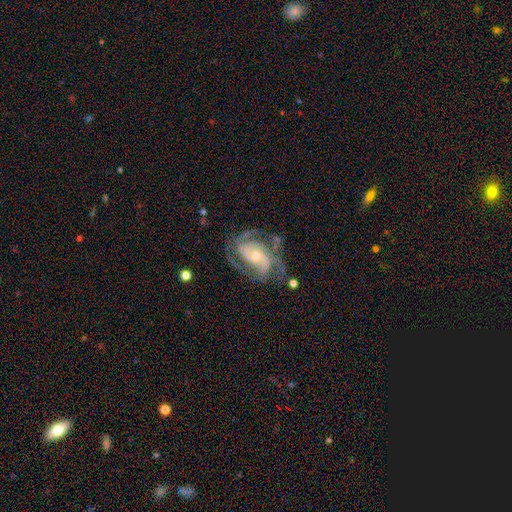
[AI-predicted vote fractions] Q: Smooth or featured?
A: featured or disk (89%); runner-up: smooth (6%)
Q: Edge-on disk?
A: no (97%); runner-up: yes (3%)
Q: Bar?
A: no (59%); runner-up: weak (31%)
Q: Spiral arms?
A: yes (97%); runner-up: no (3%)
Q: Spiral winding?
A: tight (45%); runner-up: medium (44%)
Q: Spiral arm count?
A: 2 (34%); runner-up: 3 (33%)
Q: Bulge size?
A: small (50%); runner-up: moderate (44%)
Q: Merging?
A: none (66%); runner-up: minor disturbance (19%)